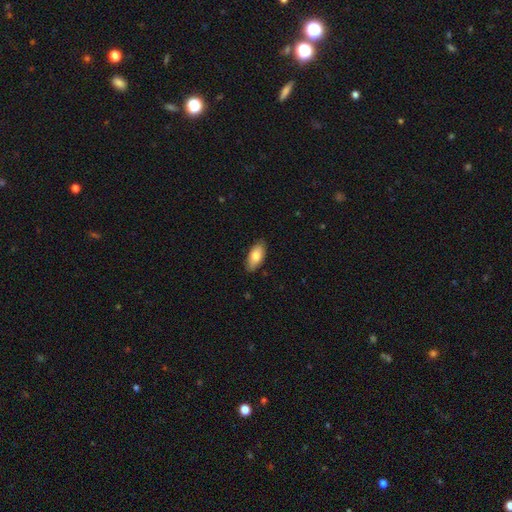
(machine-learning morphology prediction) Q: Smooth or featured?
A: smooth (82%); runner-up: featured or disk (13%)
Q: How rounded?
A: in between (88%); runner-up: cigar-shaped (10%)
Q: Merging?
A: none (86%); runner-up: minor disturbance (11%)